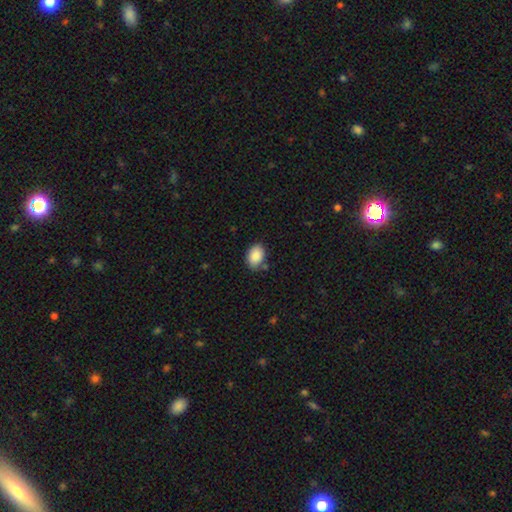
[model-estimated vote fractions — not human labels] This is clearly a smooth galaxy (89%). How rounded: likely in between (78%). Merging: likely none (77%).